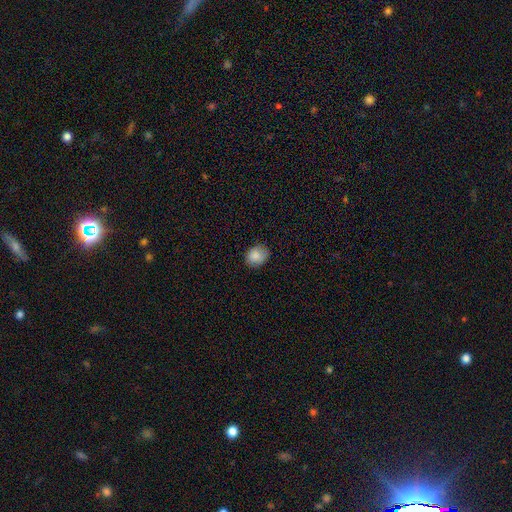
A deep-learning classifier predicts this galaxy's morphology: Q: Smooth or featured?
A: smooth (85%); runner-up: star or artifact (8%)
Q: How rounded?
A: round (57%); runner-up: in between (42%)
Q: Merging?
A: none (82%); runner-up: minor disturbance (14%)